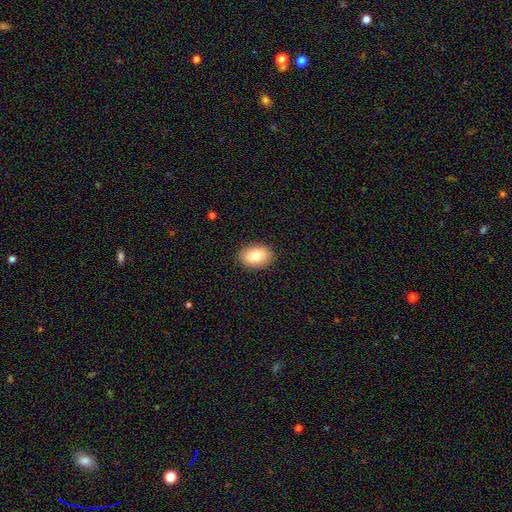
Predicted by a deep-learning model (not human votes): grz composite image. It shows a smooth galaxy with no disk features (80%) that is in between round and cigar-shaped (78%). Merging: none (89%).